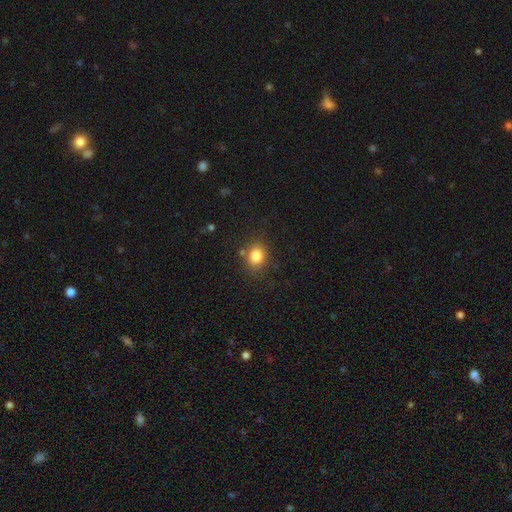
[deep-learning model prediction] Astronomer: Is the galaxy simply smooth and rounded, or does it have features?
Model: smooth — 82%.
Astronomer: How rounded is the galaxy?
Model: round — 63%.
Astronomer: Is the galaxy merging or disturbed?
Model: none — 79%.